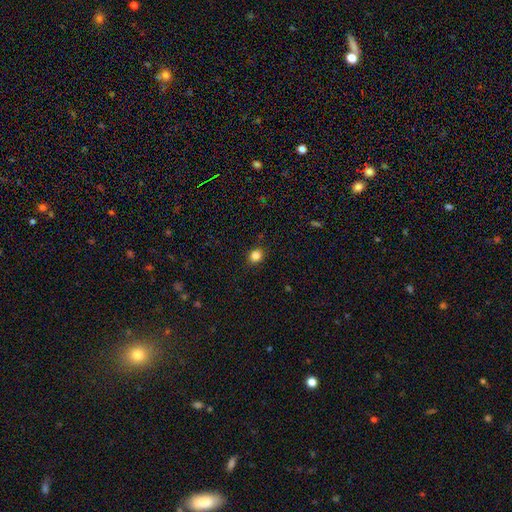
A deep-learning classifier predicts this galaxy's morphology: smooth-or-featured: smooth: 84% | star or artifact: 12% | featured or disk: 4%
  how-rounded: round: 79% | in between: 20% | cigar-shaped: 1%
  merging: none: 89% | minor disturbance: 8% | major disturbance: 2% | merger: 1%